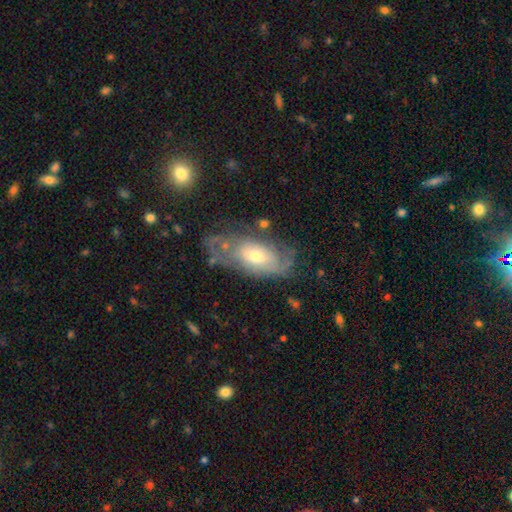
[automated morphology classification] A featured or disk galaxy (67%) with no bar (68%), spiral arms (72%) and a moderate central bulge (57%).

Vote fractions:
- Smooth or featured? featured or disk: 67% / smooth: 26% / star or artifact: 7%
- Edge-on disk? no: 90% / yes: 10%
- Bar? no: 68% / weak: 26% / strong: 6%
- Spiral arms? yes: 72% / no: 28%
- Bulge size? moderate: 57% / small: 35% / large: 6% / none: 1% / dominant: 1%
- Merging? none: 49% / minor disturbance: 25% / major disturbance: 22% / merger: 4%